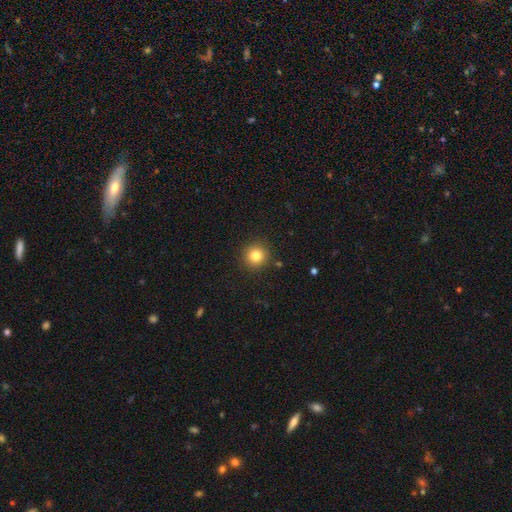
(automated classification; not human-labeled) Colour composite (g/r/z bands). It shows a smooth galaxy with no disk features (81%) that is round (94%). Merging: none (90%).